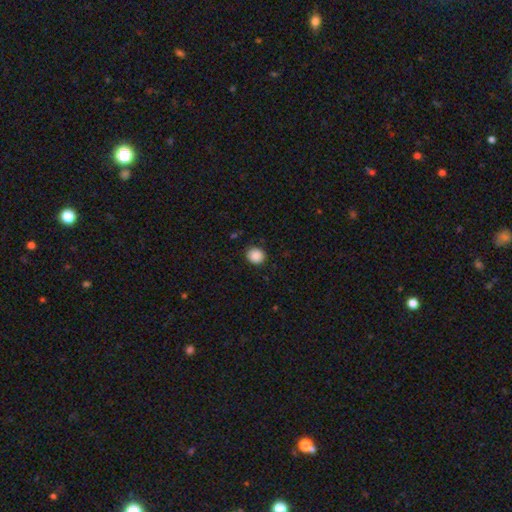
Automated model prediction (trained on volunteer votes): Smooth or featured? smooth (89%)
How rounded? round (83%)
Merging? none (89%)